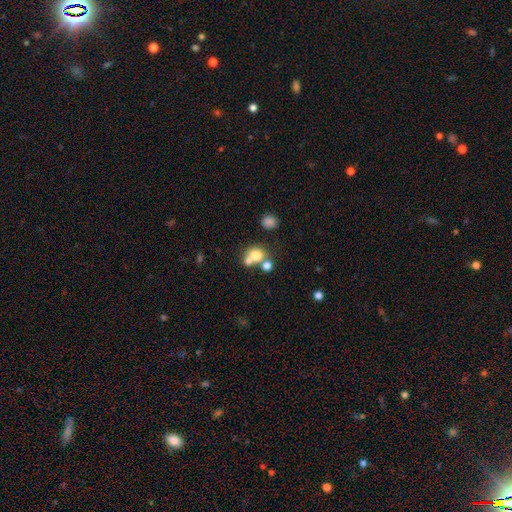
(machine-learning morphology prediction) Smooth or featured? Predicted: smooth (p=0.71). How rounded? Predicted: round (p=0.75). Merging? Predicted: merger (p=0.49).